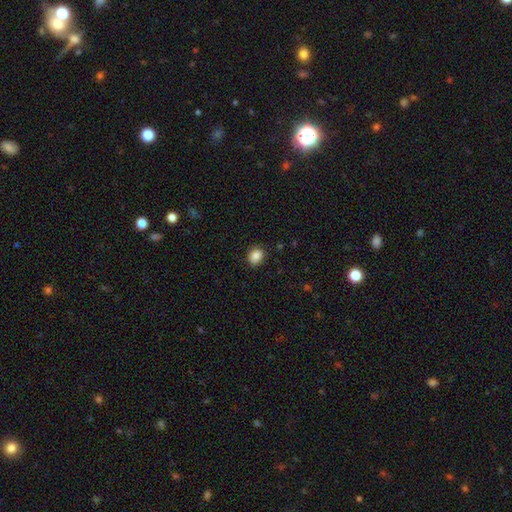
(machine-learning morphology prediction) smooth_or_featured: smooth (p=0.86) [alt: star or artifact p=0.09]
how_rounded: round (p=0.57) [alt: in between p=0.42]
merging: none (p=0.88) [alt: minor disturbance p=0.08]